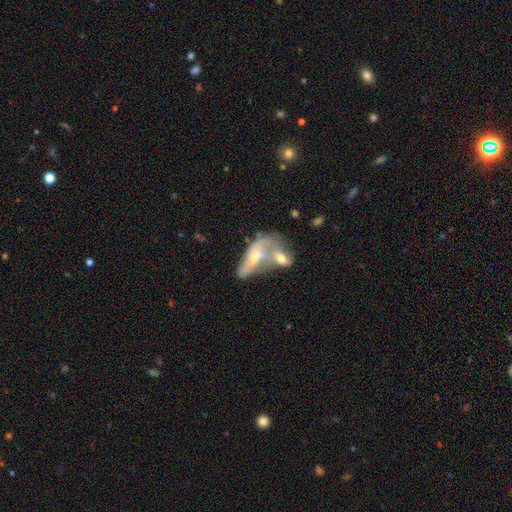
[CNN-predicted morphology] This is possibly a featured or disk galaxy (58%). It is clearly not viewed edge-on (84%). Merging: likely merger (68%).